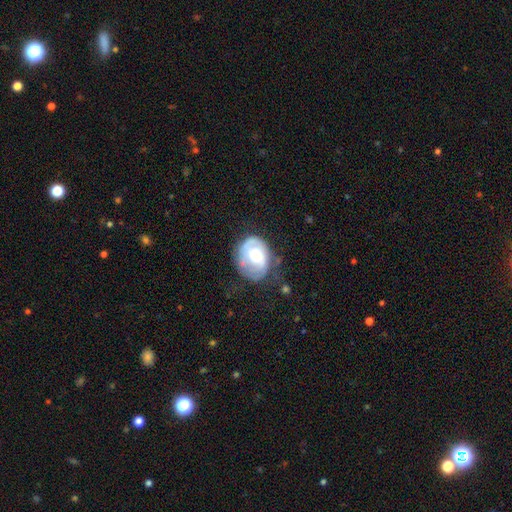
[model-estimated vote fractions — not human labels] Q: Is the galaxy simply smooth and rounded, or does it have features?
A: featured or disk — 54%.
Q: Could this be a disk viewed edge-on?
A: no — 97%.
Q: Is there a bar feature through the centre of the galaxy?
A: no — 70%.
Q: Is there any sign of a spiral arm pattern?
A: yes — 64%.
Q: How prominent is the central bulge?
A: moderate — 59%.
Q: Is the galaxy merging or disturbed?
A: none — 50%.